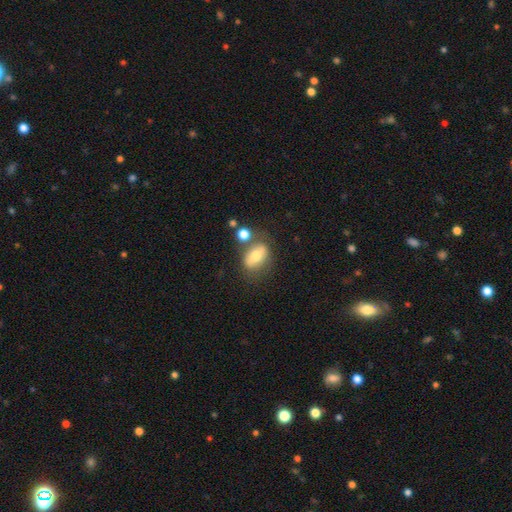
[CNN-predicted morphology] smooth 61%, featured or disk 29%, star or artifact 10%. Down the decision tree: how rounded — in between (78%); merging — none (57%).